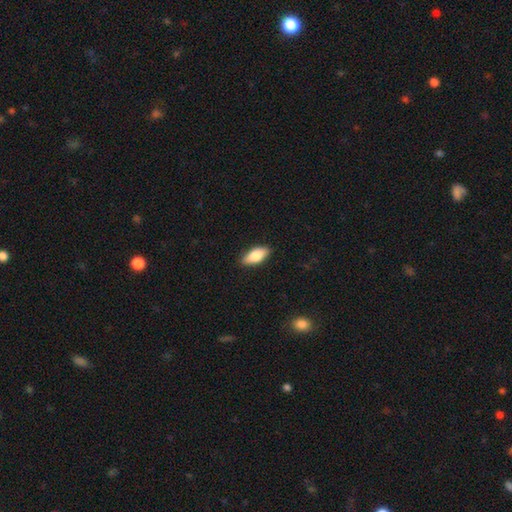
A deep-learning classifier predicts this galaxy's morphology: type=smooth (79%); roundness=in between (85%); merging=none (88%).